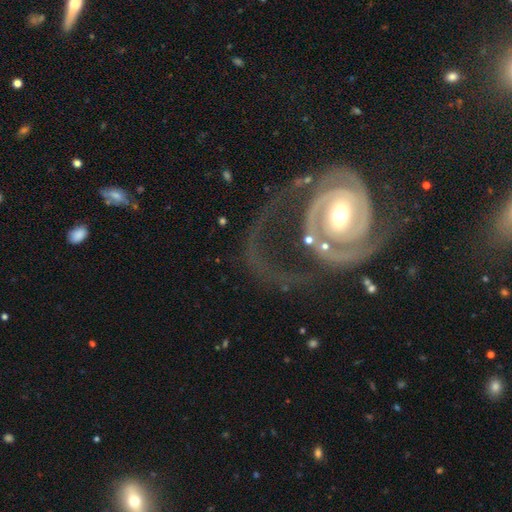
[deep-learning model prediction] Q: Smooth or featured?
A: featured or disk (89%); runner-up: smooth (5%)
Q: Edge-on disk?
A: no (98%); runner-up: yes (2%)
Q: Bar?
A: weak (39%); runner-up: no (33%)
Q: Spiral arms?
A: yes (95%); runner-up: no (5%)
Q: Spiral winding?
A: tight (45%); runner-up: medium (39%)
Q: Spiral arm count?
A: 2 (68%); runner-up: can't tell (9%)
Q: Bulge size?
A: moderate (63%); runner-up: small (25%)
Q: Merging?
A: none (45%); runner-up: major disturbance (34%)